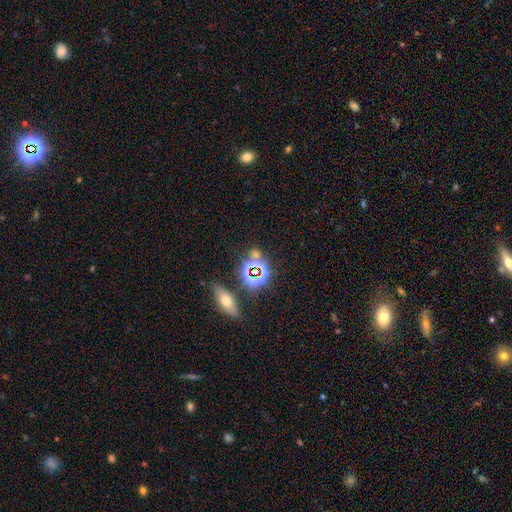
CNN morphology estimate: This is likely a star or artifact rather than a galaxy (61%).